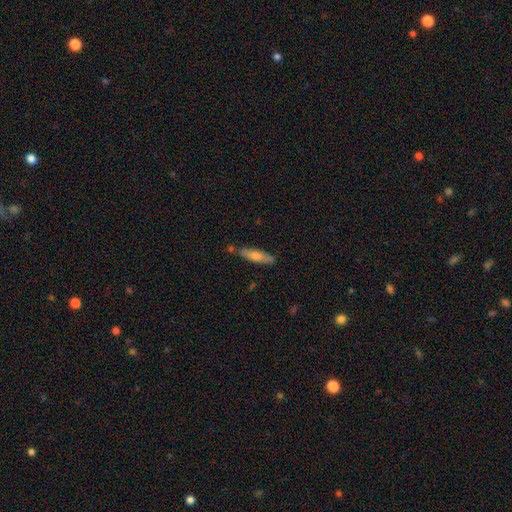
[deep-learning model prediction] Smooth or featured: smooth — 52% (featured or disk — 41%)
How rounded: cigar-shaped — 78% (in between — 20%)
Merging: none — 81% (minor disturbance — 13%)